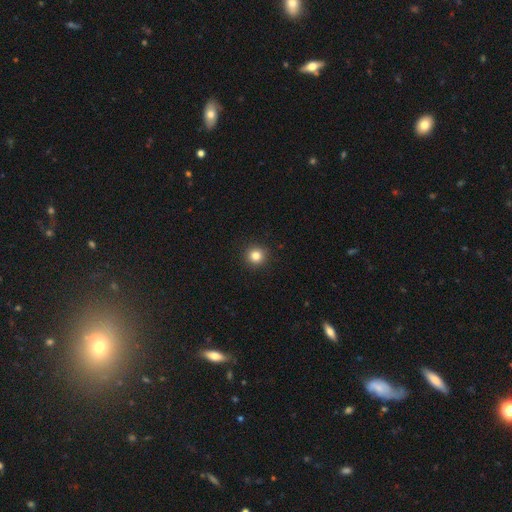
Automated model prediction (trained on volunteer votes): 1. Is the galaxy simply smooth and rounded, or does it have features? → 83% smooth, 12% star or artifact, 6% featured or disk.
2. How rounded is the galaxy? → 95% round, 4% in between, 1% cigar-shaped.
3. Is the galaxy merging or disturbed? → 93% none, 4% minor disturbance, 2% major disturbance, 1% merger.